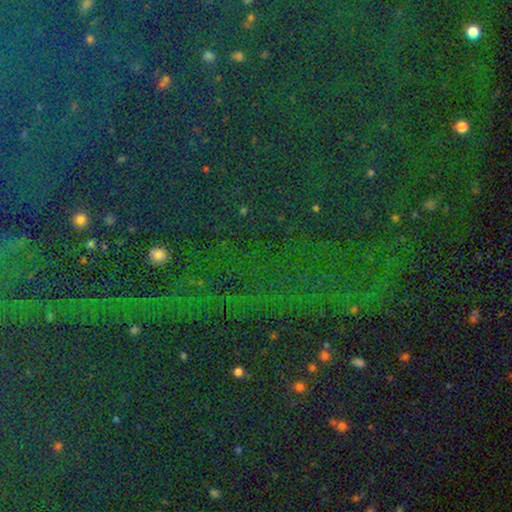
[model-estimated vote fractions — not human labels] Q: Smooth or featured?
A: star or artifact (82%); runner-up: smooth (10%)